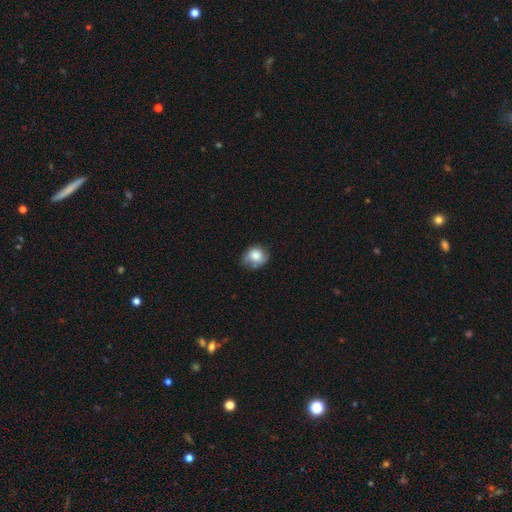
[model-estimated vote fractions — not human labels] smooth_or_featured: smooth (p=0.73) [alt: featured or disk p=0.19]
how_rounded: round (p=0.71) [alt: in between p=0.28]
merging: none (p=0.57) [alt: minor disturbance p=0.31]